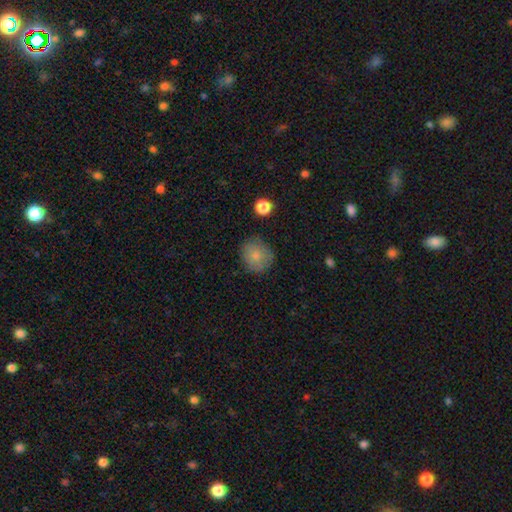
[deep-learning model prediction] Smooth or featured? smooth (80%)
How rounded? round (81%)
Merging? none (79%)